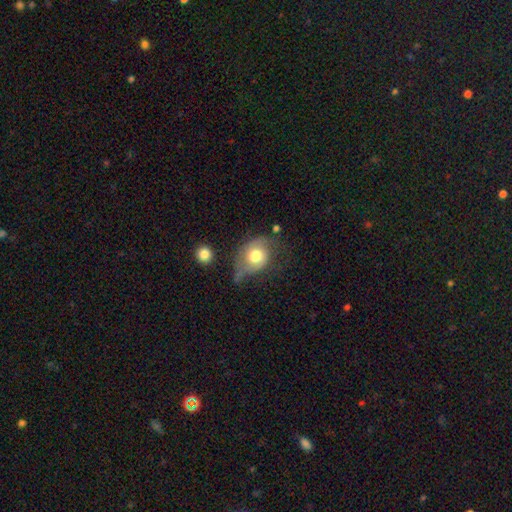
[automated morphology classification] Overall: smooth (56%; featured or disk 37%). How rounded: in between (52%; round 47%). Merging: none (33%, tied with minor disturbance).